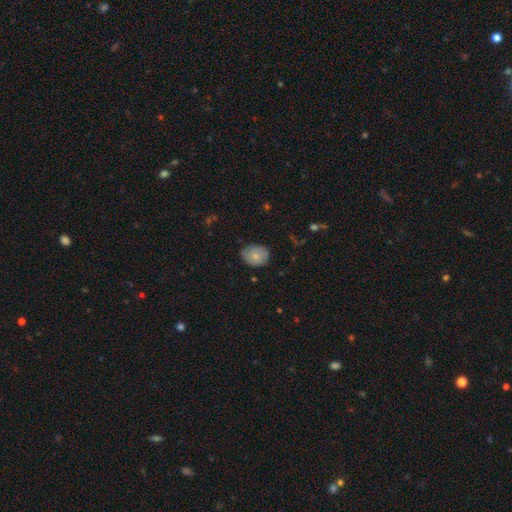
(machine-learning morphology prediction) smooth 77%, featured or disk 16%, star or artifact 8%. Down the decision tree: how rounded — in between (57%); merging — none (73%).